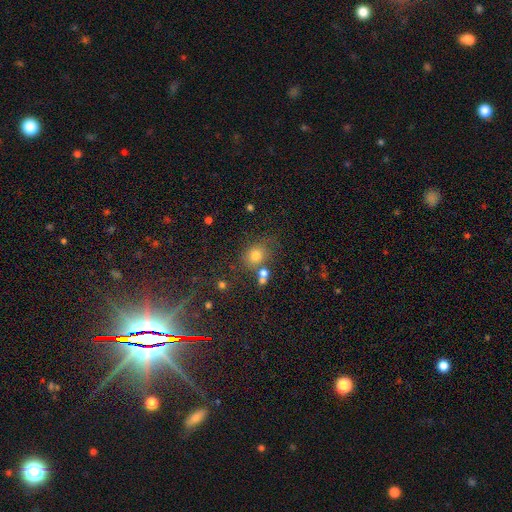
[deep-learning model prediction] Smooth or featured? smooth (72%)
How rounded? round (67%)
Merging? none (61%)